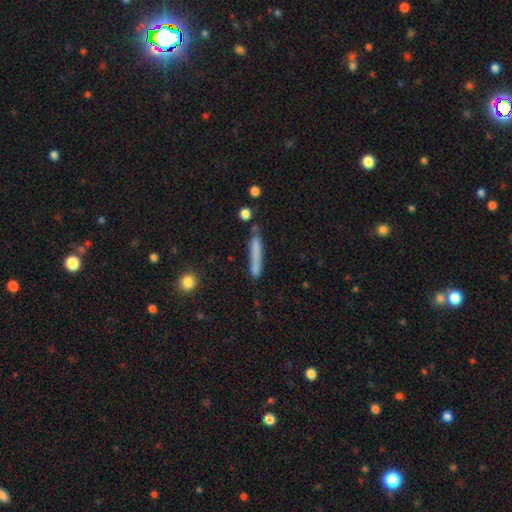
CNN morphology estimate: A smooth galaxy with no disk features (66%) that is cigar-shaped (93%).

Vote fractions:
- Smooth or featured? smooth: 66% / featured or disk: 24% / star or artifact: 9%
- How rounded? cigar-shaped: 93% / in between: 5% / round: 2%
- Merging? none: 69% / minor disturbance: 18% / merger: 8% / major disturbance: 5%